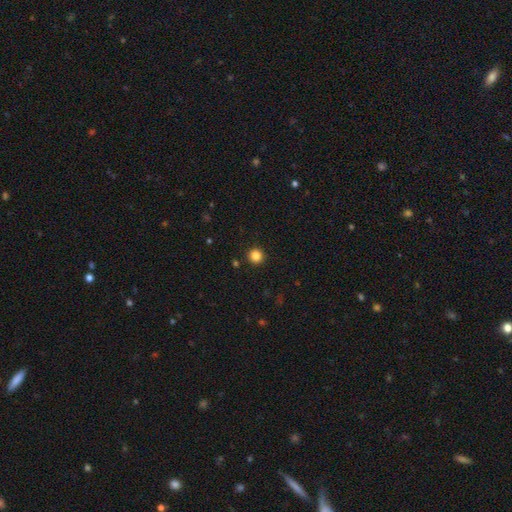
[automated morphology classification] Smooth or featured: smooth — 84% (star or artifact — 12%)
How rounded: round — 96% (in between — 4%)
Merging: none — 93% (minor disturbance — 4%)